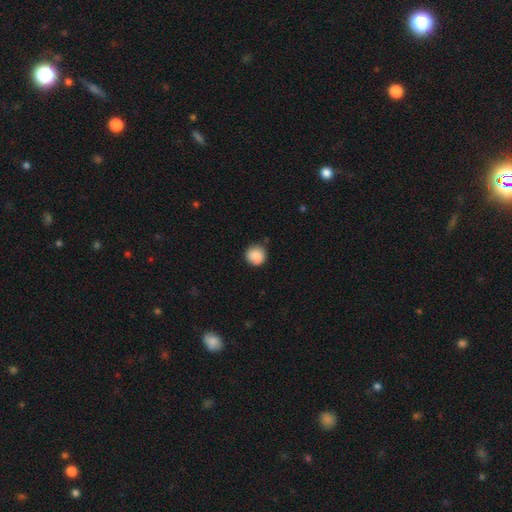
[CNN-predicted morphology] A smooth galaxy with no disk features (89%) that is round (94%). Merging: none (85%).